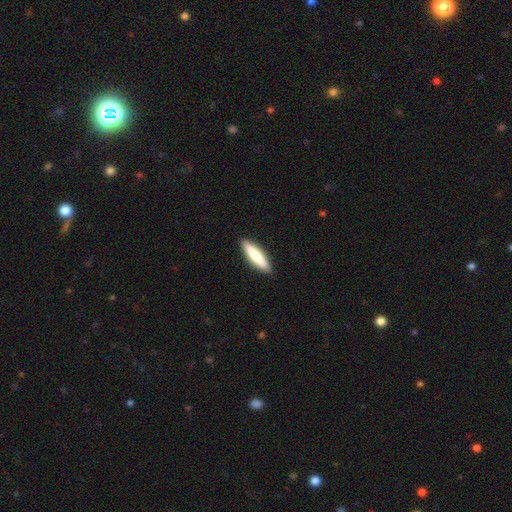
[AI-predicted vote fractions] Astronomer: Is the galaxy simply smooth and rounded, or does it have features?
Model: smooth — 78%.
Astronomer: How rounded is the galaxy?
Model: cigar-shaped — 75%.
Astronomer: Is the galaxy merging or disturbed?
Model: none — 91%.